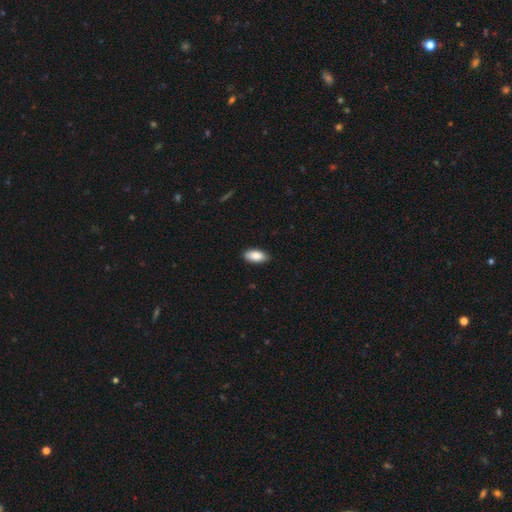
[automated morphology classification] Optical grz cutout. It shows a smooth galaxy with no disk features (87%) that is in between round and cigar-shaped (90%). Merging: none (87%).